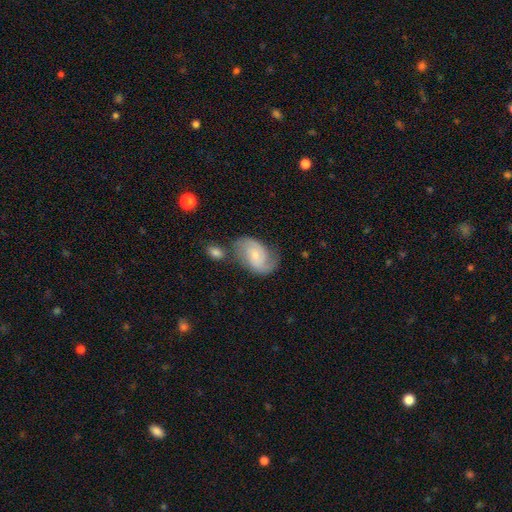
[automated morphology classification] featured or disk 68%, smooth 26%, star or artifact 7%. Down the decision tree: edge-on disk — no (97%); bar — no (58%); spiral arms — yes (92%); spiral arm count — 2 (83%); spiral winding — medium (47%); bulge size — small (62%); merging — none (57%).